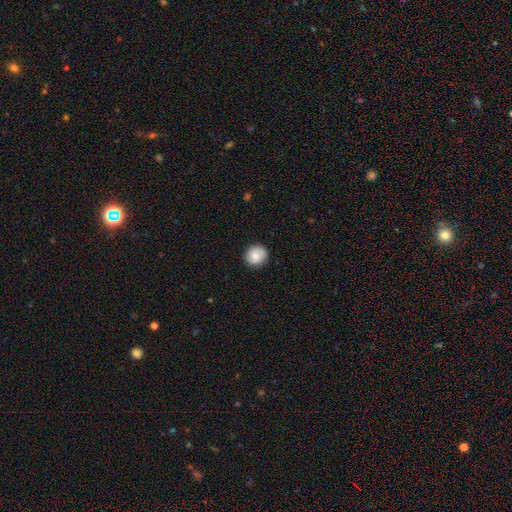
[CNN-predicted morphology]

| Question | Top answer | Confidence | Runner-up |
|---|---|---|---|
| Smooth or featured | smooth | 80% | featured or disk (13%) |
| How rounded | round | 86% | in between (13%) |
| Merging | none | 86% | minor disturbance (10%) |